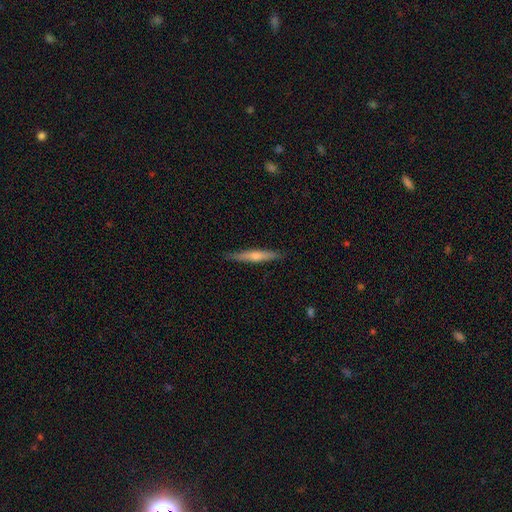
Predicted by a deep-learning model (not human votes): Morphology: type=featured or disk (53%); edge-on=yes (96%); edge-on bulge=rounded (74%); merging=none (89%).